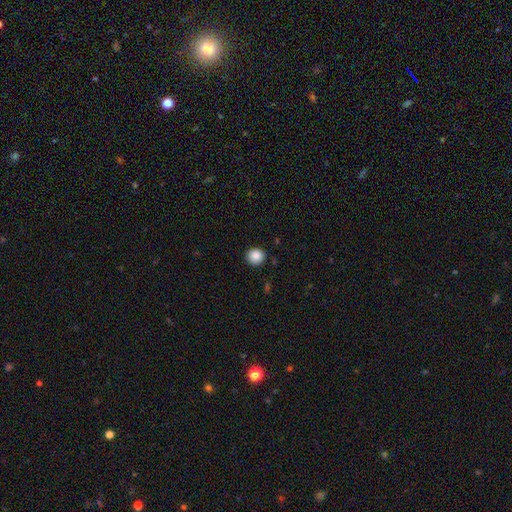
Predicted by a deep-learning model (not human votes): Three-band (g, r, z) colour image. It shows a smooth galaxy with no disk features (88%) that is round (88%). Merging: none (90%).